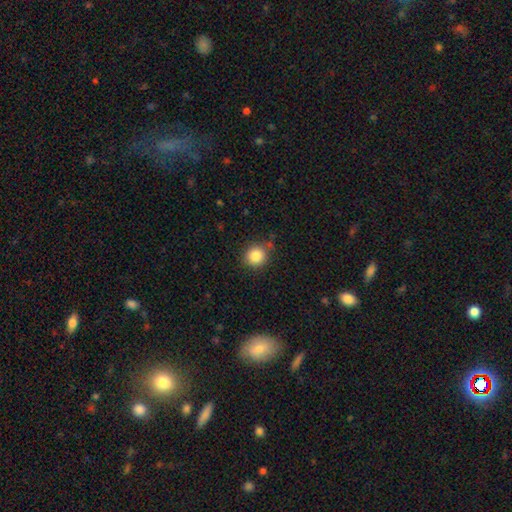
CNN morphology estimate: Smooth or featured: smooth — 85% (star or artifact — 10%)
How rounded: round — 87% (in between — 12%)
Merging: none — 81% (minor disturbance — 13%)